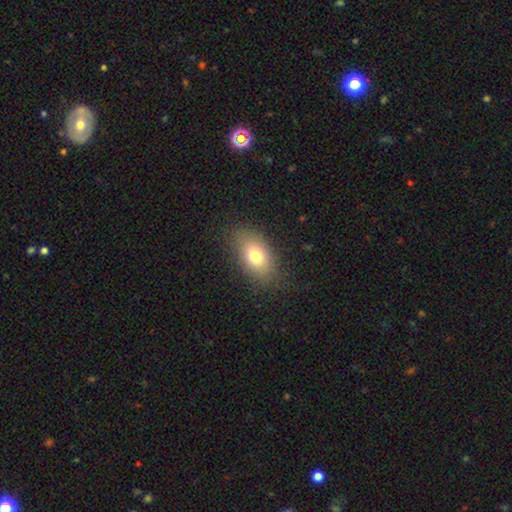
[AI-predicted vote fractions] This appears to be a smooth galaxy with no disk features (75%) that is in between round and cigar-shaped (85%). Merging: none (82%).